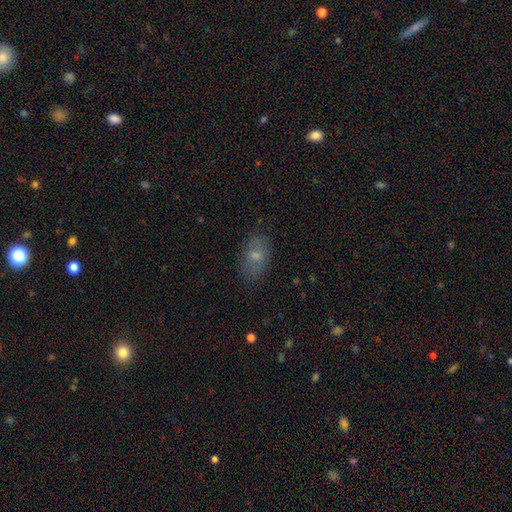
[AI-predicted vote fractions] Overall: smooth (68%). How rounded: in between (88%). Merging: none (77%).